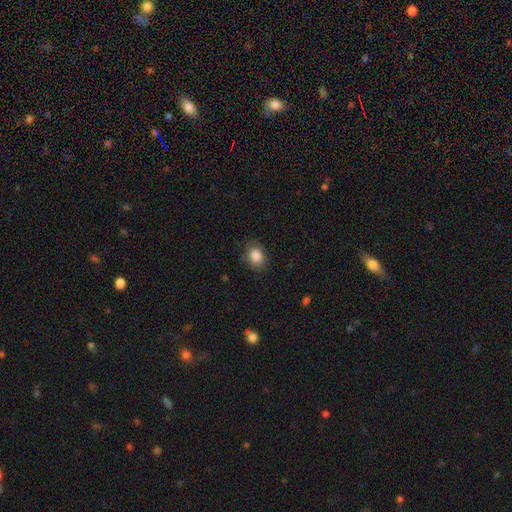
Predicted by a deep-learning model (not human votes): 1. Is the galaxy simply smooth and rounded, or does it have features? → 87% smooth, 9% star or artifact, 4% featured or disk.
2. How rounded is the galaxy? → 64% in between, 35% round, 1% cigar-shaped.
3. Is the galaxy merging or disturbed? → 80% none, 15% minor disturbance, 4% major disturbance, 1% merger.